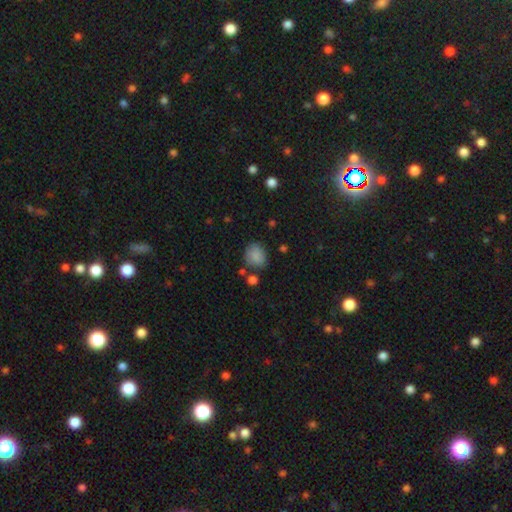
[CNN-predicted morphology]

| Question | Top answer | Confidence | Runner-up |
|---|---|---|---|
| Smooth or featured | smooth | 85% | star or artifact (9%) |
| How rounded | round | 64% | in between (35%) |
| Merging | none | 70% | minor disturbance (17%) |